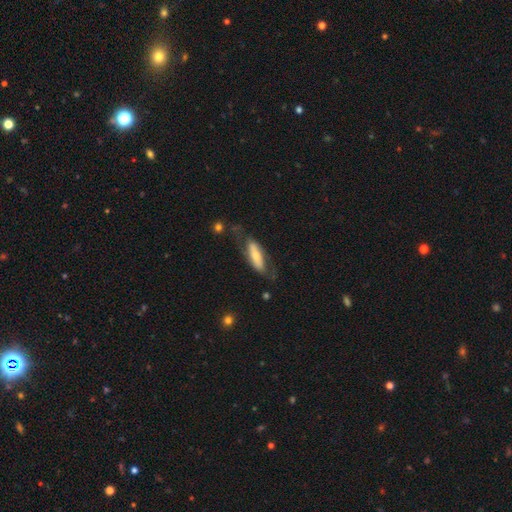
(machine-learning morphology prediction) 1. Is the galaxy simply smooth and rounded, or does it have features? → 52% smooth, 42% featured or disk, 6% star or artifact.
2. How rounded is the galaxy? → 55% in between, 43% cigar-shaped, 2% round.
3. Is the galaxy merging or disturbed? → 55% none, 24% minor disturbance, 18% major disturbance, 3% merger.